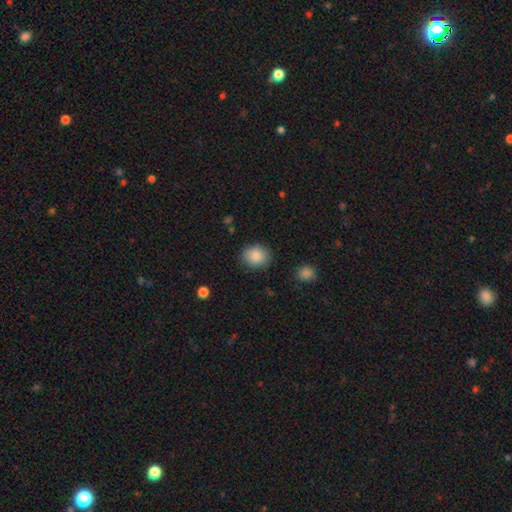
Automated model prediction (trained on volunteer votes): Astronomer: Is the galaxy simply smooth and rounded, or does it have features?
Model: smooth — 86%.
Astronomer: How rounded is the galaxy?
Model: round — 71%.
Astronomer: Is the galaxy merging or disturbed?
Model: none — 85%.